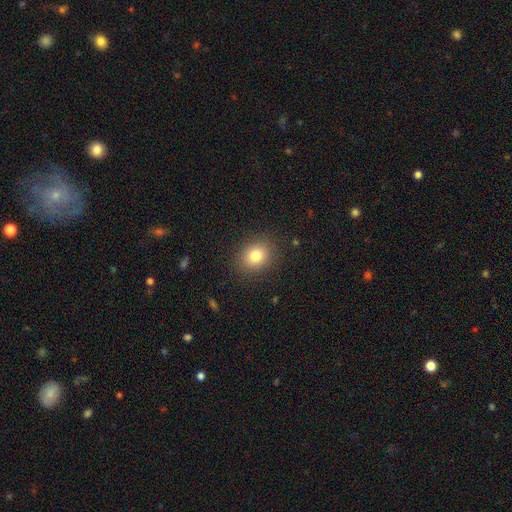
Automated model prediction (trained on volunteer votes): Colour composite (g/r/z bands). It shows a smooth galaxy with no disk features (79%) that is round (65%). Merging: none (88%).